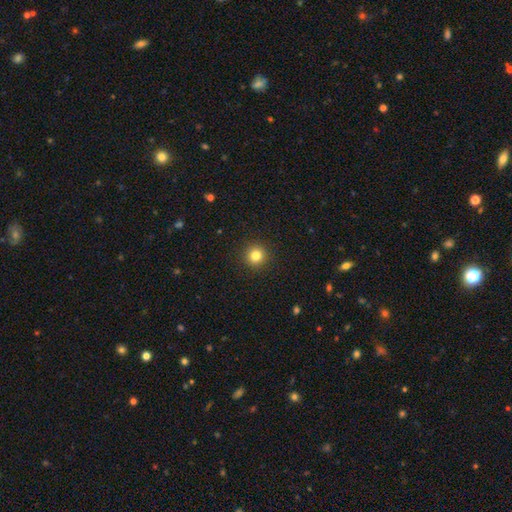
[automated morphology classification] type=smooth (82%); roundness=round (95%); merging=none (93%).